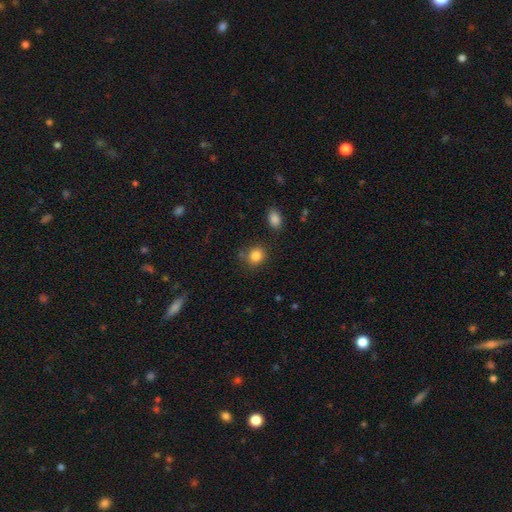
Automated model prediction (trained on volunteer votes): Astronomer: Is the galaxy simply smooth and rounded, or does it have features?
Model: smooth — 85%.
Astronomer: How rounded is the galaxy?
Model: round — 77%.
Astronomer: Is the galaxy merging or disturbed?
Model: none — 79%.